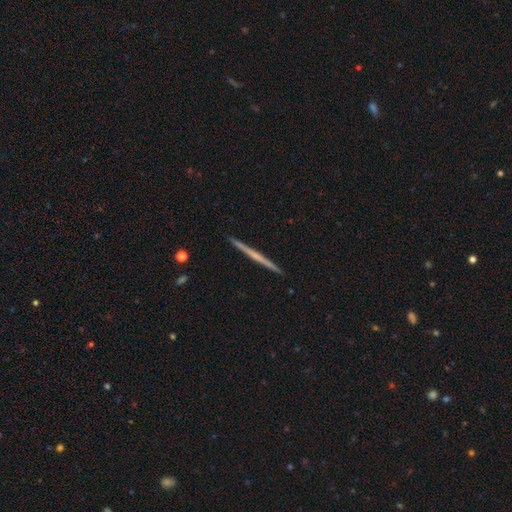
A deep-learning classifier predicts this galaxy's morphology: A featured or disk galaxy (65%) viewed edge-on (98%) with no central bulge (73%).

Vote fractions:
- Smooth or featured? featured or disk: 65% / smooth: 29% / star or artifact: 6%
- Edge-on disk? yes: 98% / no: 2%
- Edge-on bulge? none: 73% / rounded: 21% / boxy: 6%
- Merging? none: 93% / minor disturbance: 5% / merger: 1% / major disturbance: 1%